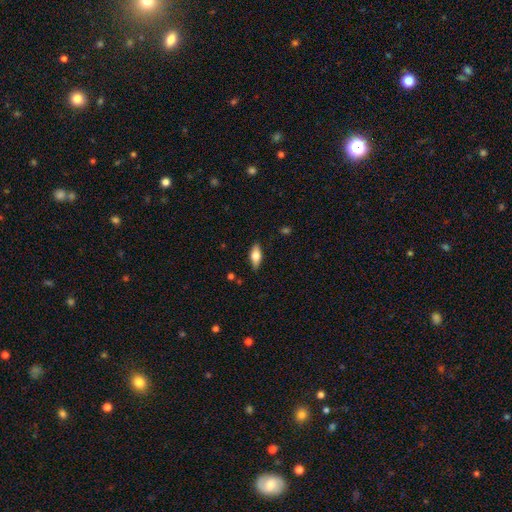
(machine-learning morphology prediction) This appears to be a smooth galaxy with no disk features (68%) that is in between round and cigar-shaped (81%). Merging: none (85%).